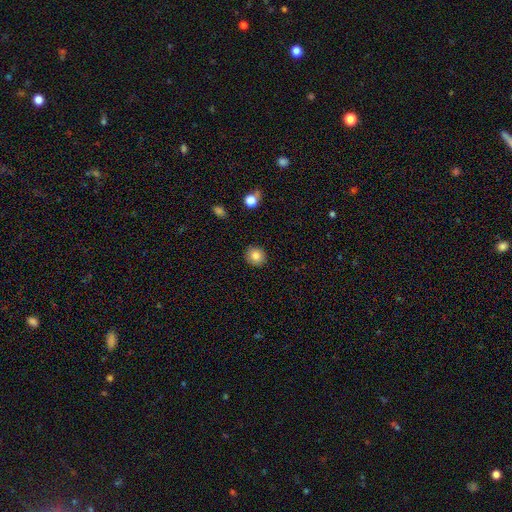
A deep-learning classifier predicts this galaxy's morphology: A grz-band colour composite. It shows a smooth galaxy with no disk features (83%) that is round (85%). Merging: none (90%).